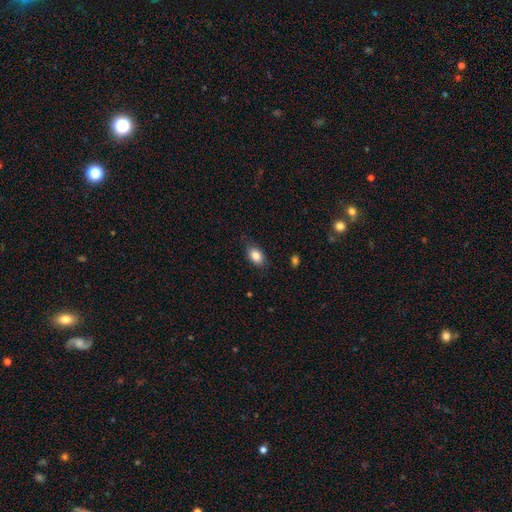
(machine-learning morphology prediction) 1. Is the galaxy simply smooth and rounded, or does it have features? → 86% smooth, 8% star or artifact, 7% featured or disk.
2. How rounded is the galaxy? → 87% in between, 11% round, 2% cigar-shaped.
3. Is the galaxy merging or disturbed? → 80% none, 16% minor disturbance, 4% major disturbance, 1% merger.